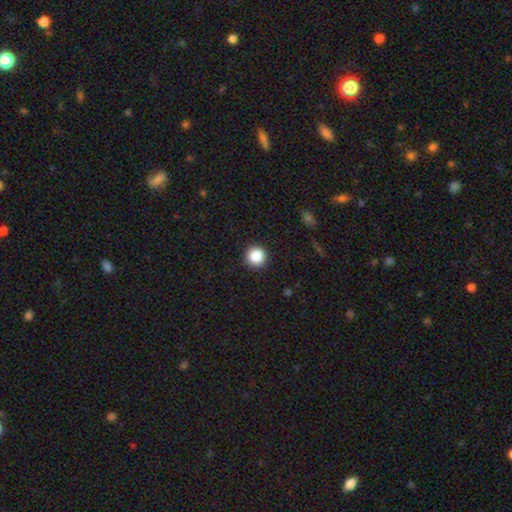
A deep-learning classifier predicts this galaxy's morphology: The model was most divided on "smooth or featured": smooth: 87%, star or artifact: 10%, featured or disk: 3%. More confident: how rounded — round (96%); merging — none (93%).